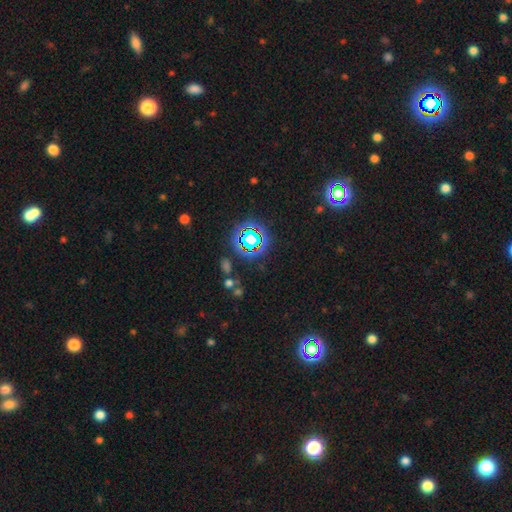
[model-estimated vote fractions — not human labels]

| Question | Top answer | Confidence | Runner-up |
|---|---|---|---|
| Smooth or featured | star or artifact | 77% | smooth (15%) |